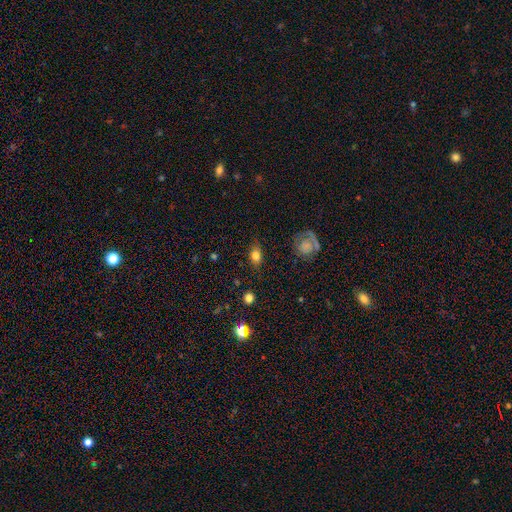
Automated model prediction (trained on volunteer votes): The model was most divided on "how rounded": in between: 69%, round: 27%, cigar-shaped: 4%. More confident: merging — none (79%); smooth or featured — smooth (77%).